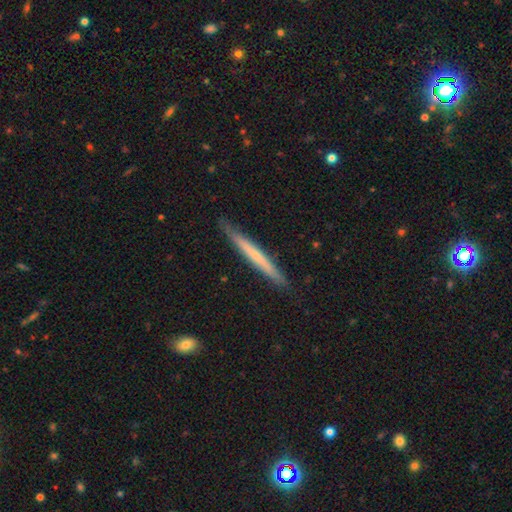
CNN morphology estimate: This appears to be a smooth galaxy with no disk features (48%). Merging: none (88%).